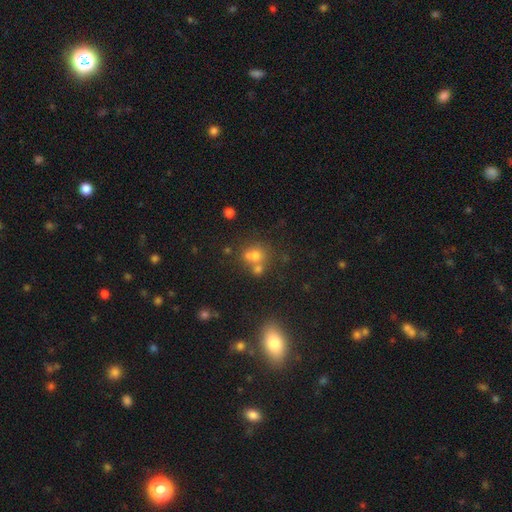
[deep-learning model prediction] Q: Smooth or featured?
A: smooth (61%); runner-up: star or artifact (22%)
Q: How rounded?
A: round (80%); runner-up: in between (19%)
Q: Merging?
A: merger (47%); runner-up: none (41%)